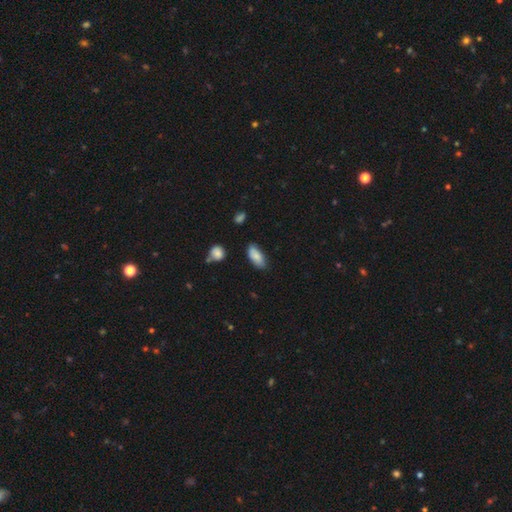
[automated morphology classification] smooth_or_featured: smooth (p=0.84) [alt: featured or disk p=0.09]
how_rounded: in between (p=0.87) [alt: cigar-shaped p=0.11]
merging: none (p=0.73) [alt: minor disturbance p=0.21]